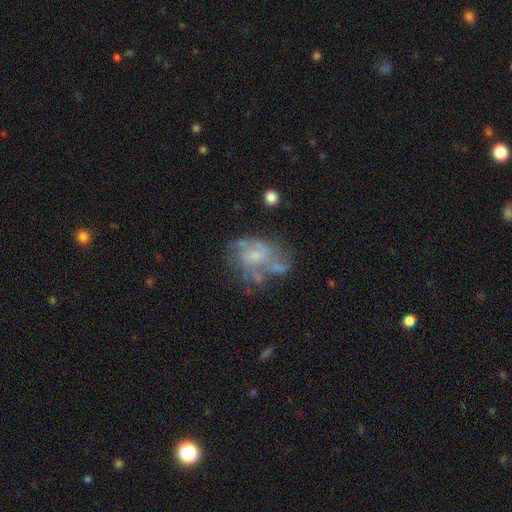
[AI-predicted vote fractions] A featured or disk galaxy (71%) with no bar (59%), spiral arms (69%) and a small central bulge (48%). Merging: none (43%).